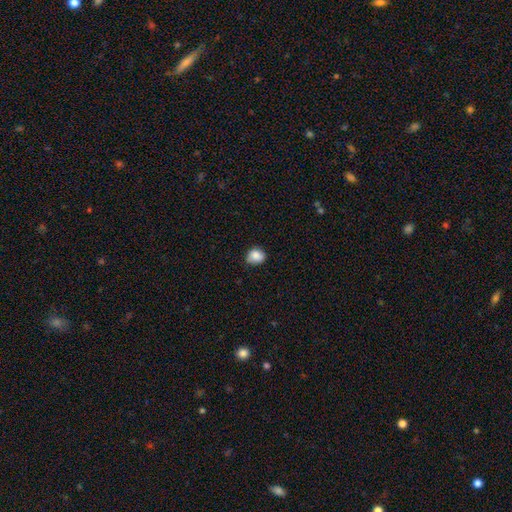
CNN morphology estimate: Smooth or featured? Predicted: smooth (p=0.86). How rounded? Predicted: round (p=0.65). Merging? Predicted: none (p=0.70).